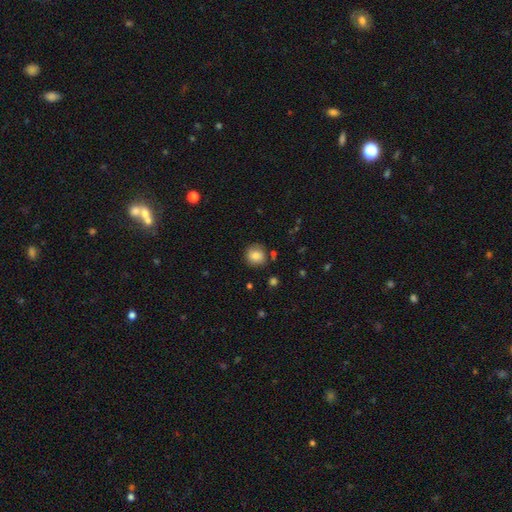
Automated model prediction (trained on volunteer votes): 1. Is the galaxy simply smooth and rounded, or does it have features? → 81% smooth, 10% featured or disk, 9% star or artifact.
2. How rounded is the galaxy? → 87% round, 12% in between, 1% cigar-shaped.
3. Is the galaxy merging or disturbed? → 76% none, 16% minor disturbance, 4% major disturbance, 4% merger.